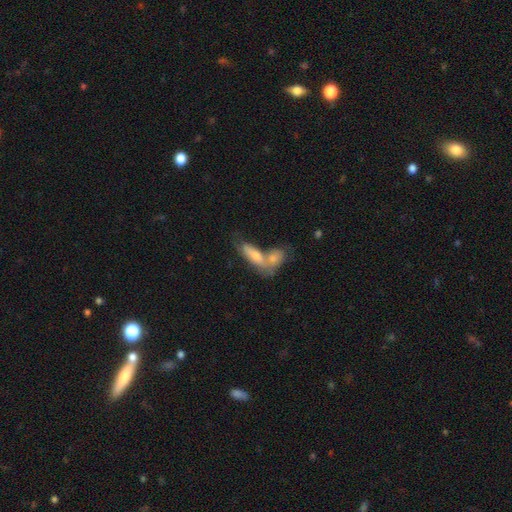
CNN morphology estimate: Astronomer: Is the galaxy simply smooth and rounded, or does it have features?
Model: smooth — 62%.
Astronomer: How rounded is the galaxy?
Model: in between — 55% (runner-up: cigar-shaped, 41%).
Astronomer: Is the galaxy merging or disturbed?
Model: merger — 55%.